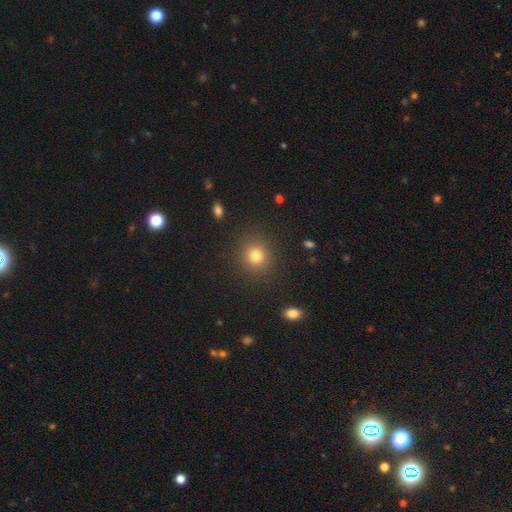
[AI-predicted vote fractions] Smooth or featured? smooth (80%)
How rounded? round (88%)
Merging? none (88%)